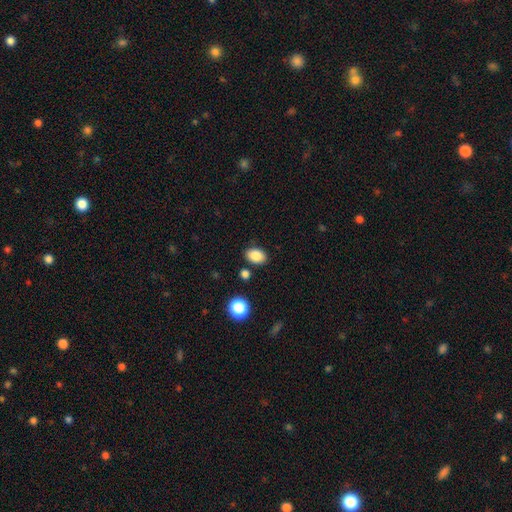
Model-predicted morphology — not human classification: This appears to be a smooth galaxy with no disk features (86%) that is in between round and cigar-shaped (78%). Merging: none (83%).